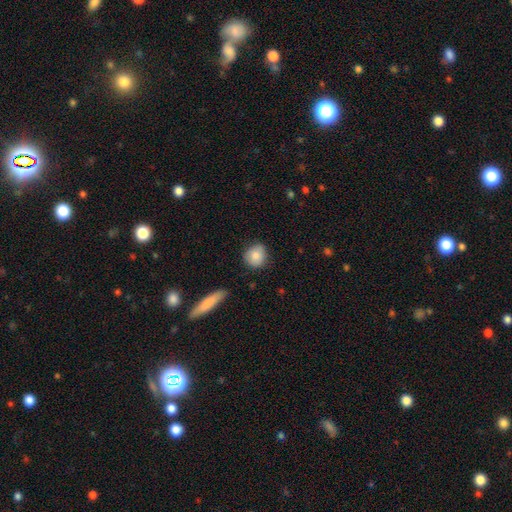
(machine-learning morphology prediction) Q: Smooth or featured?
A: smooth (84%); runner-up: featured or disk (9%)
Q: How rounded?
A: round (80%); runner-up: in between (18%)
Q: Merging?
A: none (81%); runner-up: minor disturbance (14%)